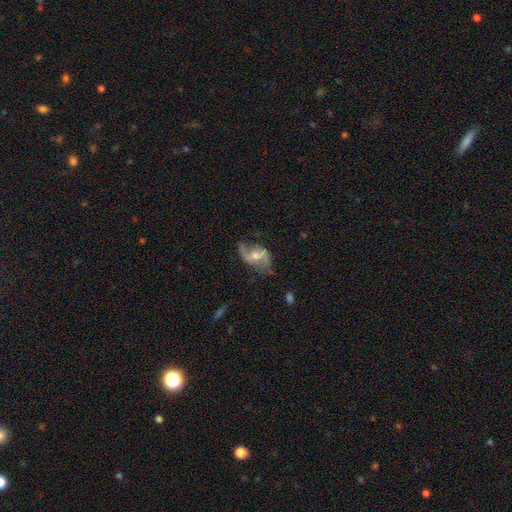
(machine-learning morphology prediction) featured or disk 84%, smooth 9%, star or artifact 6%. Down the decision tree: edge-on disk — no (96%); bar — no (48%); spiral arms — yes (94%); spiral arm count — 2 (91%); spiral winding — loose (69%); bulge size — moderate (58%); merging — none (70%).